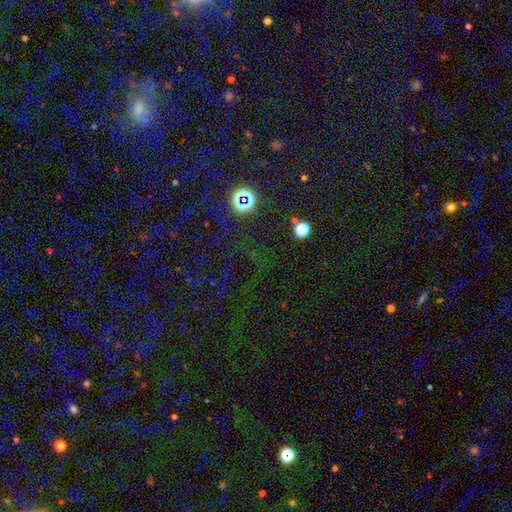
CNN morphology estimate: Smooth or featured: star or artifact — 77% (smooth — 14%)